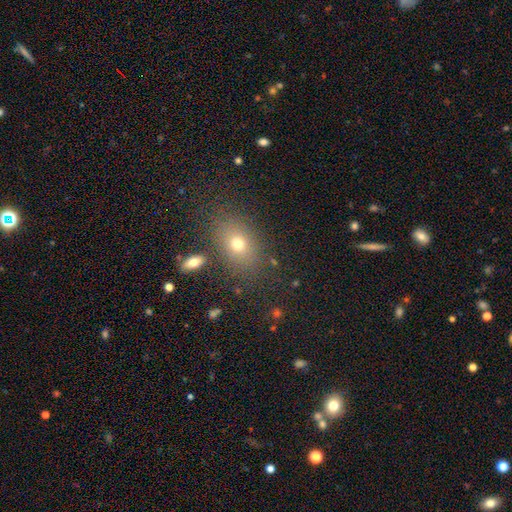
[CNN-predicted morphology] This is likely a smooth galaxy (62%). How rounded: likely in between (68%). Merging: clearly none (84%).